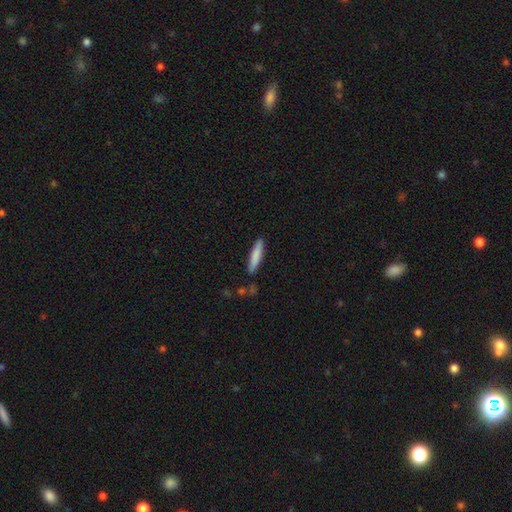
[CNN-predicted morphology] A smooth galaxy with no disk features (82%) that is cigar-shaped (86%).

Vote fractions:
- Smooth or featured? smooth: 82% / featured or disk: 12% / star or artifact: 6%
- How rounded? cigar-shaped: 86% / in between: 13% / round: 1%
- Merging? none: 85% / minor disturbance: 10% / merger: 3% / major disturbance: 2%